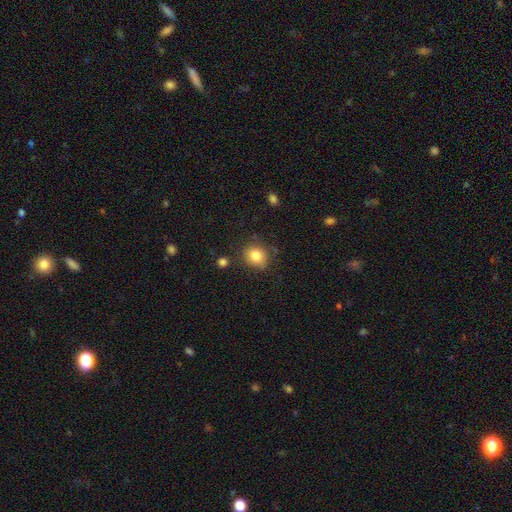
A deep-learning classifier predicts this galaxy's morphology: Smooth or featured?
  - smooth: 82% *
  - star or artifact: 10%
  - featured or disk: 7%
How rounded?
  - round: 75% *
  - in between: 24%
  - cigar-shaped: 1%
Merging?
  - none: 79% *
  - minor disturbance: 14%
  - major disturbance: 4%
  - merger: 3%